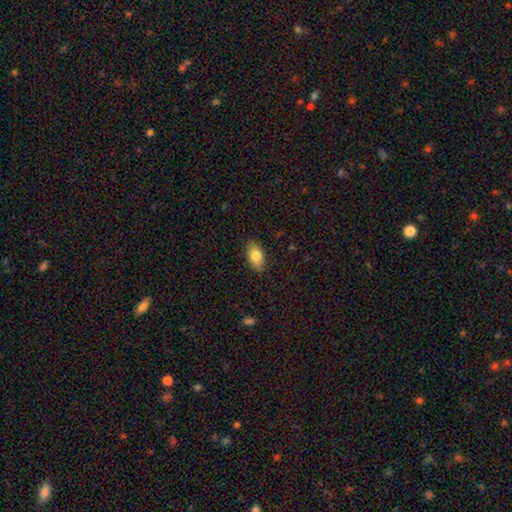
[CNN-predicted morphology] Smooth or featured? Predicted: smooth (p=0.80). How rounded? Predicted: in between (p=0.90). Merging? Predicted: none (p=0.87).